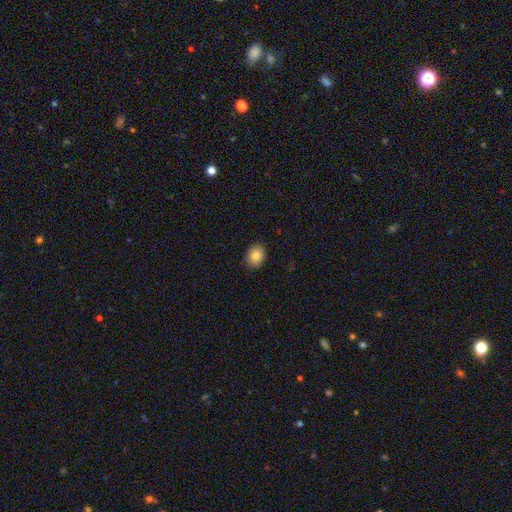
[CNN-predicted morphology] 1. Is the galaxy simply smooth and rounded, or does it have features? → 85% smooth, 9% star or artifact, 6% featured or disk.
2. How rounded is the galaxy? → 51% round, 48% in between, 1% cigar-shaped.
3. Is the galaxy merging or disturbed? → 88% none, 9% minor disturbance, 2% major disturbance, 1% merger.